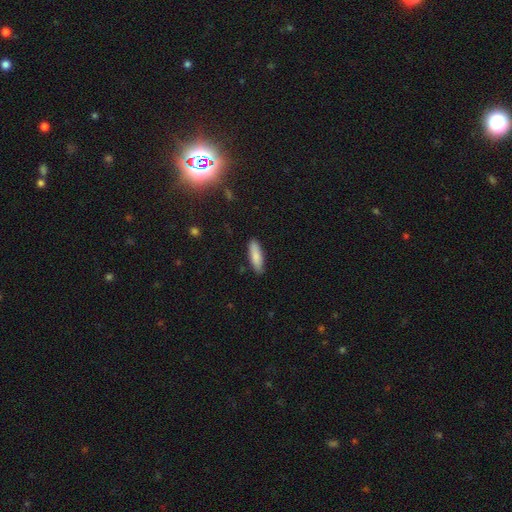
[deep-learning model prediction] smooth 84%, featured or disk 10%, star or artifact 6%. Down the decision tree: how rounded — cigar-shaped (58%); merging — none (88%).